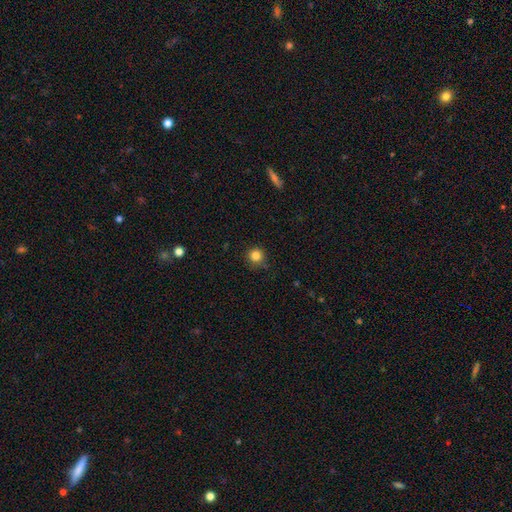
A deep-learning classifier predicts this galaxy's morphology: This is clearly a smooth galaxy (84%). How rounded: clearly round (95%). Merging: clearly none (87%).